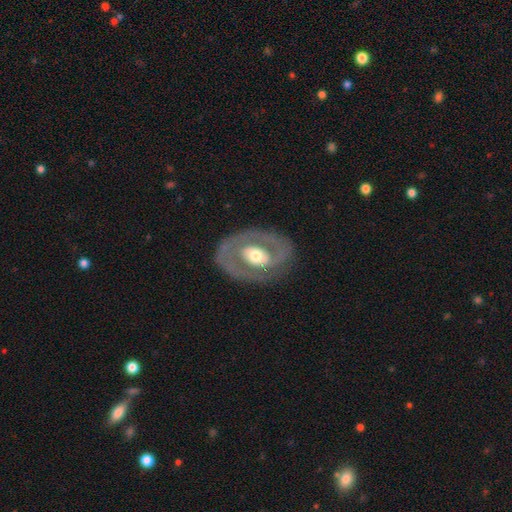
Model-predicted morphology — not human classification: Smooth or featured? featured or disk (72%)
Edge-on disk? no (94%)
Bar? no (64%)
Spiral arms? no (55%)
Bulge size? moderate (62%)
Merging? none (80%)